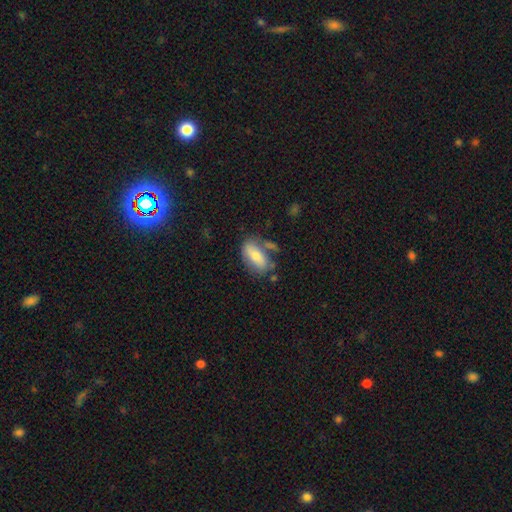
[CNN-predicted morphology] Smooth or featured? smooth (68%)
How rounded? in between (87%)
Merging? none (55%)